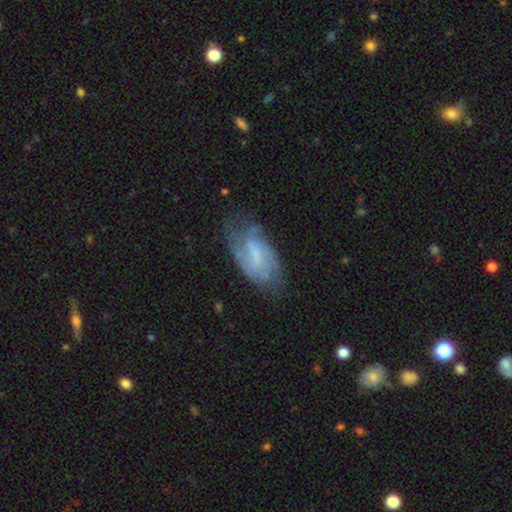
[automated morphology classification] Smooth or featured? Predicted: featured or disk (p=0.67). Edge-on disk? Predicted: no (p=0.95). Bar? Predicted: weak (p=0.50). Spiral arms? Predicted: yes (p=0.85). Spiral winding? Predicted: medium (p=0.44). Spiral arm count? Predicted: 2 (p=0.47). Bulge size? Predicted: none (p=0.41). Merging? Predicted: none (p=0.58).